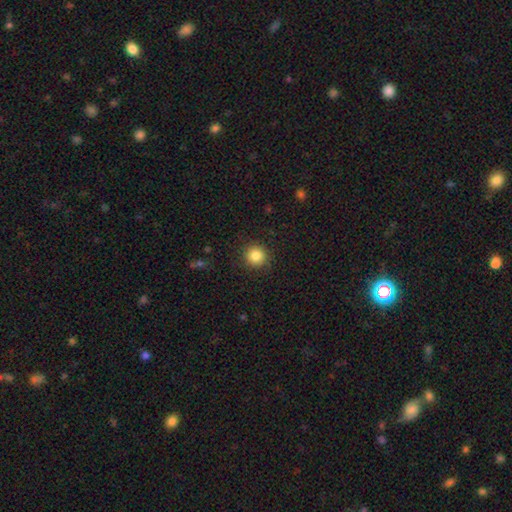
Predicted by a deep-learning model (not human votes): smooth 85%, star or artifact 11%, featured or disk 4%. Down the decision tree: how rounded — round (94%); merging — none (89%).